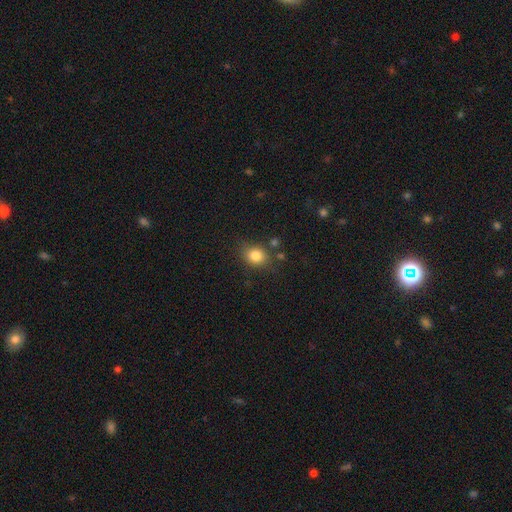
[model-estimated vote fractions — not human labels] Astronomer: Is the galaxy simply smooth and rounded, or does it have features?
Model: smooth — 82%.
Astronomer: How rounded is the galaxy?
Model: round — 55% (runner-up: in between, 44%).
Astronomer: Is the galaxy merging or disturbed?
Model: none — 75%.